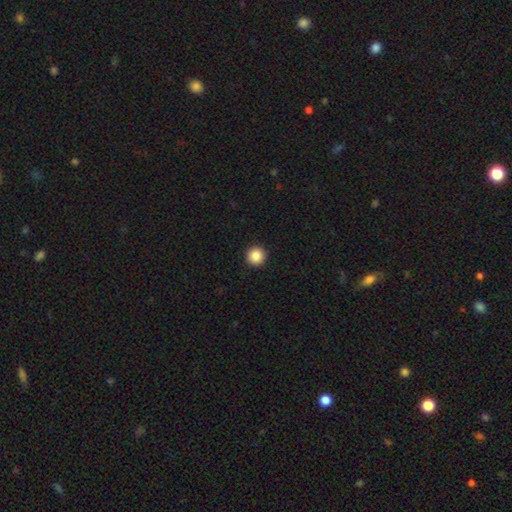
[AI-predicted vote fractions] Smooth or featured? Predicted: smooth (p=0.87). How rounded? Predicted: round (p=0.96). Merging? Predicted: none (p=0.94).